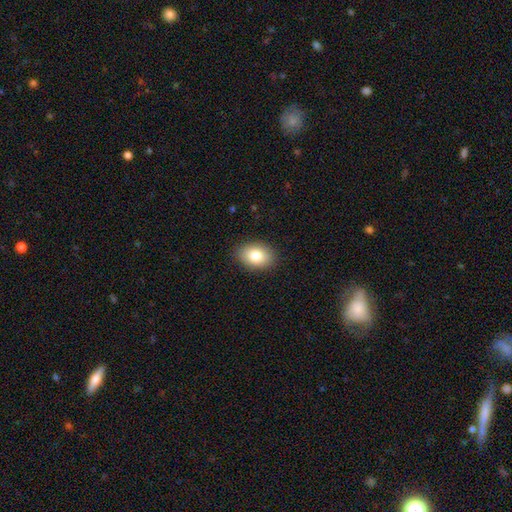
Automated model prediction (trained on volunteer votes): A smooth galaxy with no disk features (81%) that is in between round and cigar-shaped (78%). Merging: none (88%).